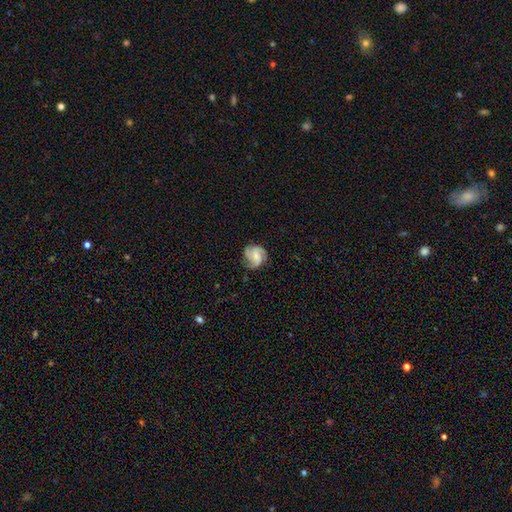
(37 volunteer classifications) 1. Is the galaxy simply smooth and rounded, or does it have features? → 78% featured or disk, 19% smooth, 3% star or artifact.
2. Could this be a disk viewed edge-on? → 100% no, 0% yes.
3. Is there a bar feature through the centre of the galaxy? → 52% no, 41% weak, 7% strong.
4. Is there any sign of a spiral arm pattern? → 100% yes, 0% no.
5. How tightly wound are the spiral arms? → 41% tight (tied), 41% medium (tied), 17% loose.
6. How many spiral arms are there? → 97% 3, 3% can't tell, 0% 1, 0% 2, 0% 4, 0% more than 4.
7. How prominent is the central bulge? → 72% small, 10% large, 10% moderate, 7% none, 0% dominant.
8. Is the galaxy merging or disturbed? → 67% none, 19% major disturbance, 14% minor disturbance, 0% merger.